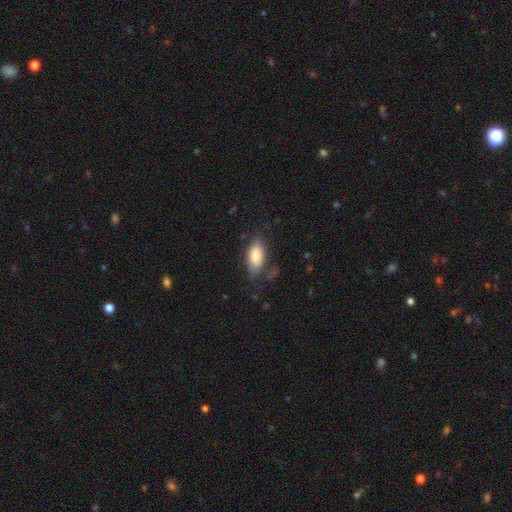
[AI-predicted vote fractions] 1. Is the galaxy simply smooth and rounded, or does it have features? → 80% smooth, 14% featured or disk, 6% star or artifact.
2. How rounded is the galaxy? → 90% in between, 7% cigar-shaped, 3% round.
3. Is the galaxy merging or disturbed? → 63% none, 24% minor disturbance, 10% major disturbance, 3% merger.